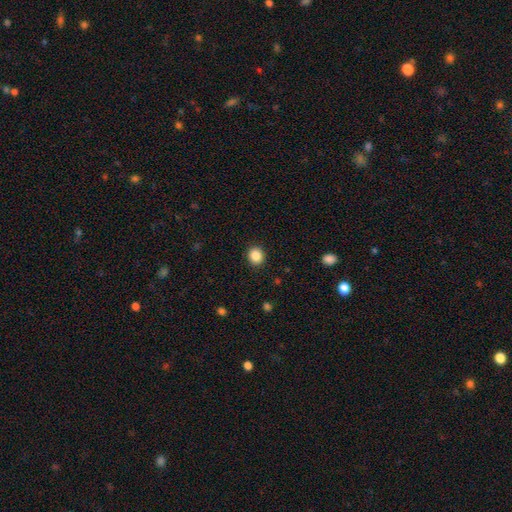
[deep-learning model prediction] A smooth galaxy with no disk features (87%) that is round (83%). Merging: none (91%).